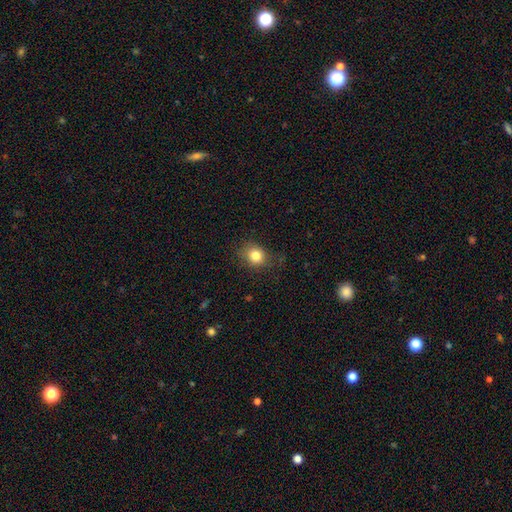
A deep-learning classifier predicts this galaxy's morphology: Smooth or featured?
  - smooth: 81% *
  - star or artifact: 11%
  - featured or disk: 8%
How rounded?
  - round: 68% *
  - in between: 31%
  - cigar-shaped: 1%
Merging?
  - none: 76% *
  - minor disturbance: 18%
  - major disturbance: 5%
  - merger: 1%